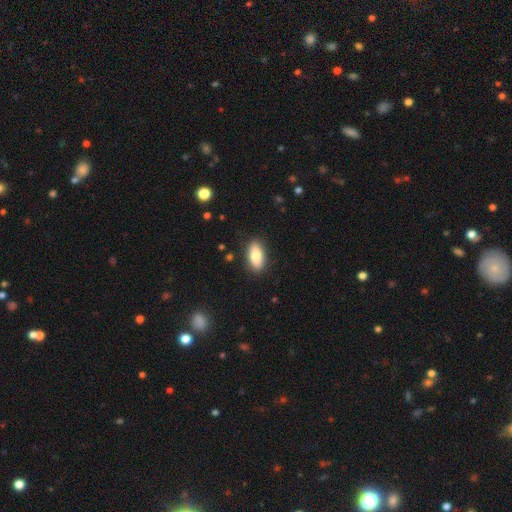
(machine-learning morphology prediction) smooth_or_featured: smooth (p=0.81) [alt: featured or disk p=0.12]
how_rounded: in between (p=0.85) [alt: cigar-shaped p=0.12]
merging: none (p=0.87) [alt: minor disturbance p=0.10]